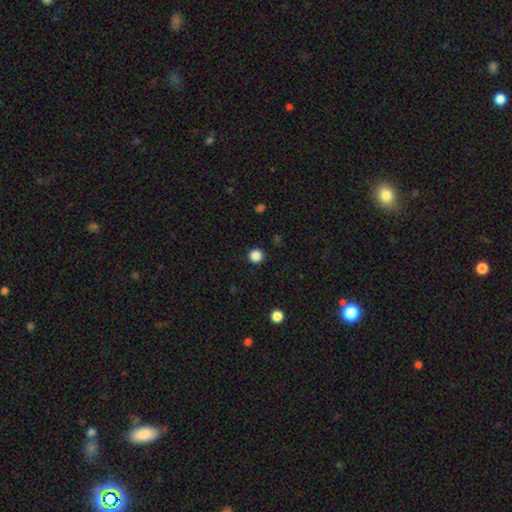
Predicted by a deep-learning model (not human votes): A smooth galaxy with no disk features (86%) that is round (96%).

Vote fractions:
- Smooth or featured? smooth: 86% / star or artifact: 12% / featured or disk: 3%
- How rounded? round: 96% / in between: 3% / cigar-shaped: 1%
- Merging? none: 93% / minor disturbance: 4% / major disturbance: 2% / merger: 1%